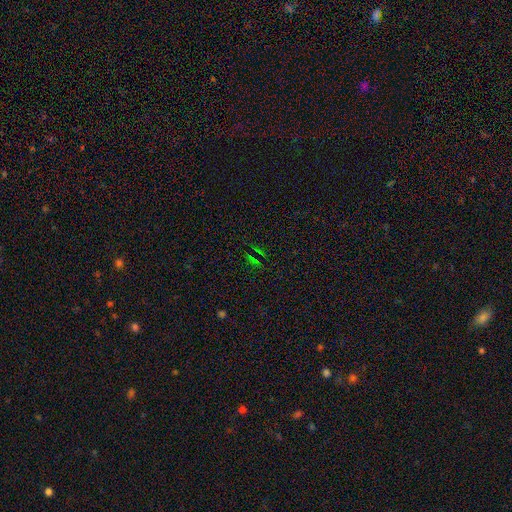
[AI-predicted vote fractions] A star or artifact, not a galaxy (71%).

Vote fractions:
- Smooth or featured? star or artifact: 71% / smooth: 18% / featured or disk: 10%